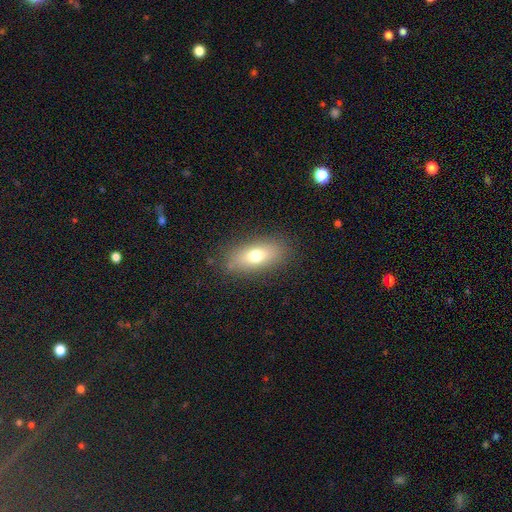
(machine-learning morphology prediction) A smooth galaxy with no disk features (71%) that is in between round and cigar-shaped (79%). Merging: none (84%).